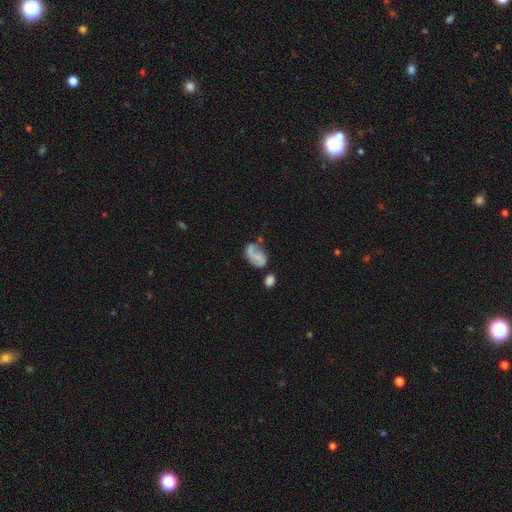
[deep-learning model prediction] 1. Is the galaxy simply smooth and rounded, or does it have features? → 52% featured or disk, 39% smooth, 9% star or artifact.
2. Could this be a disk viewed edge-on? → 97% no, 3% yes.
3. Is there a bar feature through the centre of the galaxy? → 59% no, 31% weak, 10% strong.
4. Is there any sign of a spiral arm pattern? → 78% yes, 22% no.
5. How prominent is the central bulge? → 48% none, 39% small, 10% moderate, 2% large, 1% dominant.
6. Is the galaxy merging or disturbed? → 40% none, 25% minor disturbance, 18% major disturbance, 17% merger.